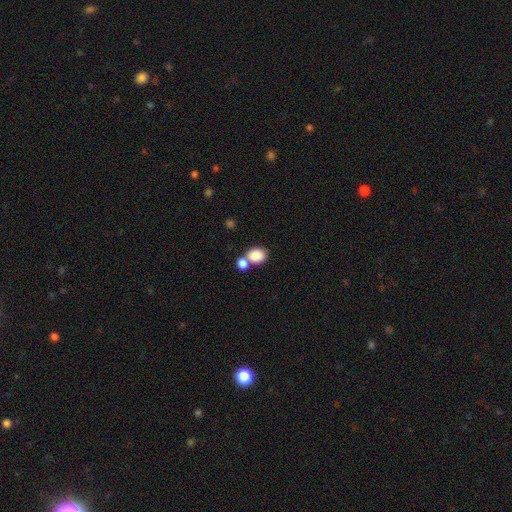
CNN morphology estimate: smooth 86%, star or artifact 8%, featured or disk 6%. Down the decision tree: how rounded — in between (53%); merging — merger (45%).